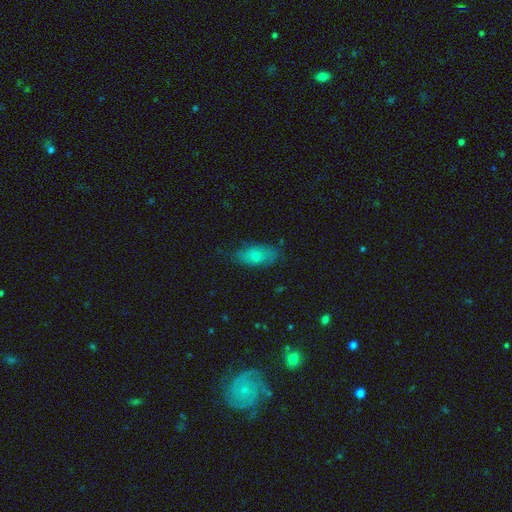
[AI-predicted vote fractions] This is likely a smooth galaxy (77%). How rounded: clearly in between (89%). Merging: likely none (70%).